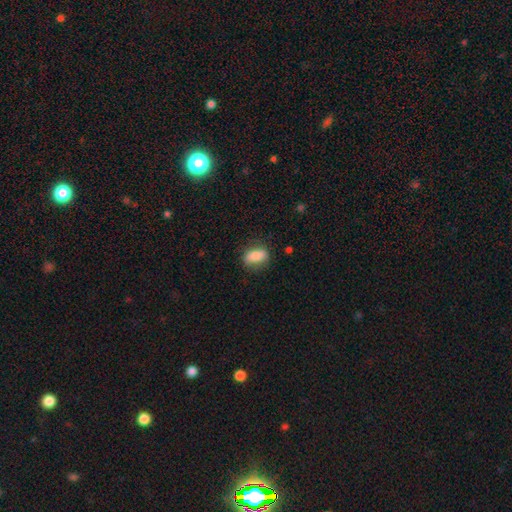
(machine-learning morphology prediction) This appears to be a smooth galaxy with no disk features (83%) that is in between round and cigar-shaped (81%). Merging: none (75%).